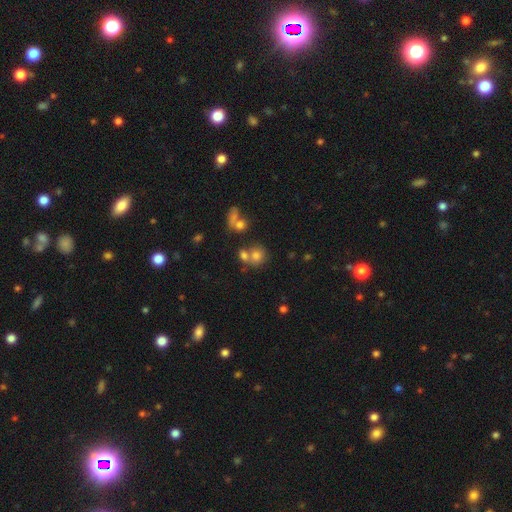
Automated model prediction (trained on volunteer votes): smooth-or-featured: smooth: 73% | star or artifact: 14% | featured or disk: 13%
  how-rounded: round: 75% | in between: 24% | cigar-shaped: 1%
  merging: none: 44% | merger: 41% | minor disturbance: 10% | major disturbance: 6%